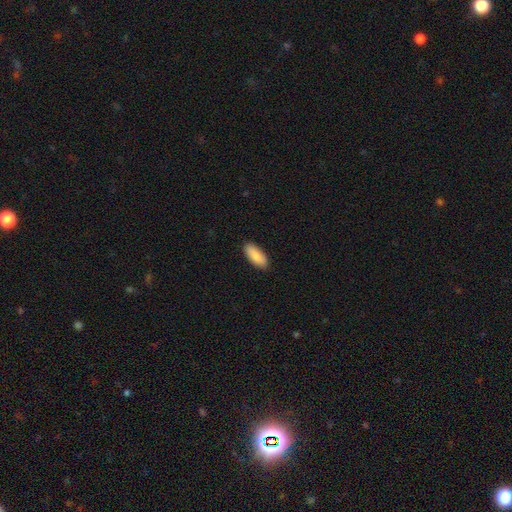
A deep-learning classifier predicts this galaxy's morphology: smooth-or-featured: smooth: 88% | featured or disk: 6% | star or artifact: 5%
  how-rounded: in between: 82% | cigar-shaped: 16% | round: 2%
  merging: none: 90% | minor disturbance: 8% | major disturbance: 2% | merger: 1%